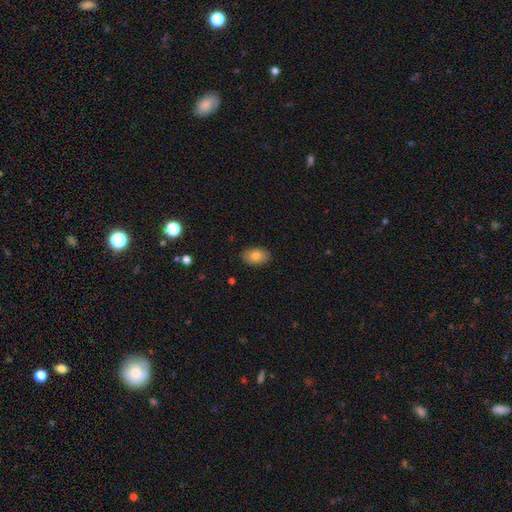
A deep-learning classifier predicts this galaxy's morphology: smooth 81%, featured or disk 12%, star or artifact 8%. Down the decision tree: how rounded — in between (89%); merging — none (87%).